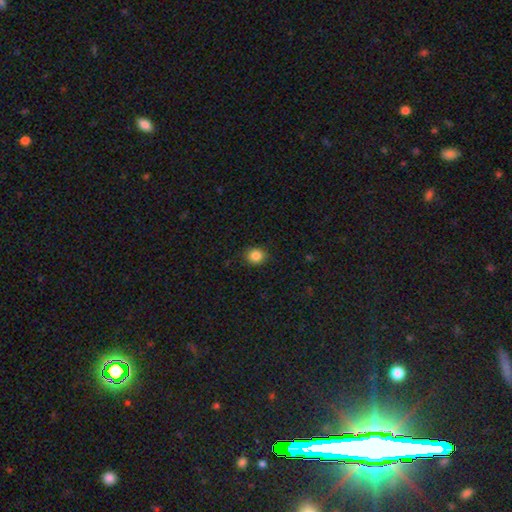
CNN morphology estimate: Smooth or featured? smooth (85%)
How rounded? round (80%)
Merging? none (89%)